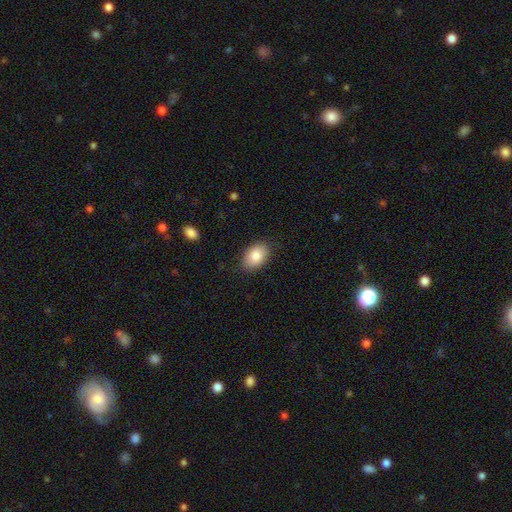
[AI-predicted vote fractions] smooth_or_featured: smooth (p=0.85) [alt: featured or disk p=0.08]
how_rounded: in between (p=0.87) [alt: round p=0.12]
merging: none (p=0.85) [alt: minor disturbance p=0.11]